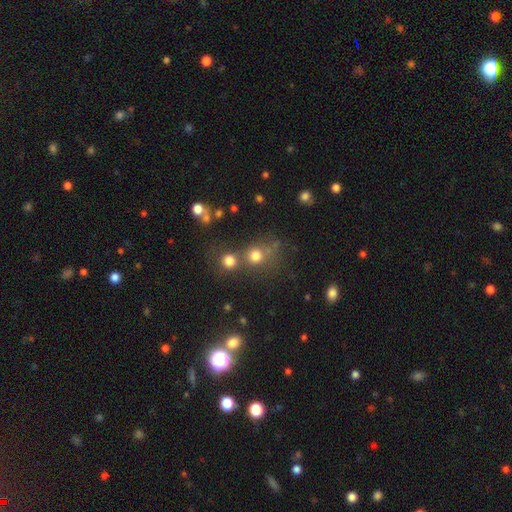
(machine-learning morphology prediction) Smooth or featured?
  - smooth: 73% *
  - star or artifact: 17%
  - featured or disk: 10%
How rounded?
  - round: 83% *
  - in between: 15%
  - cigar-shaped: 1%
Merging?
  - none: 48% *
  - merger: 37%
  - minor disturbance: 9%
  - major disturbance: 6%